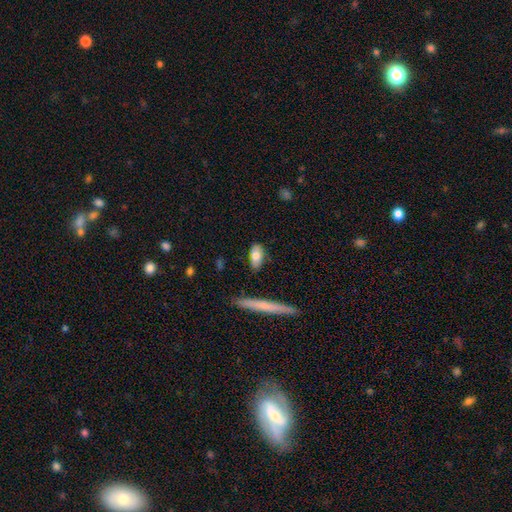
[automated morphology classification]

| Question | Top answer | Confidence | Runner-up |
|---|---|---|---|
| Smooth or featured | smooth | 75% | featured or disk (18%) |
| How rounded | in between | 86% | cigar-shaped (10%) |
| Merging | none | 78% | minor disturbance (16%) |